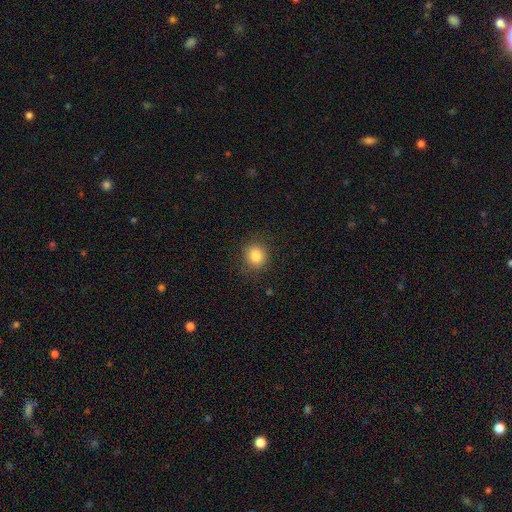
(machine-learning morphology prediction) A smooth galaxy with no disk features (84%) that is round (82%). Merging: none (86%).